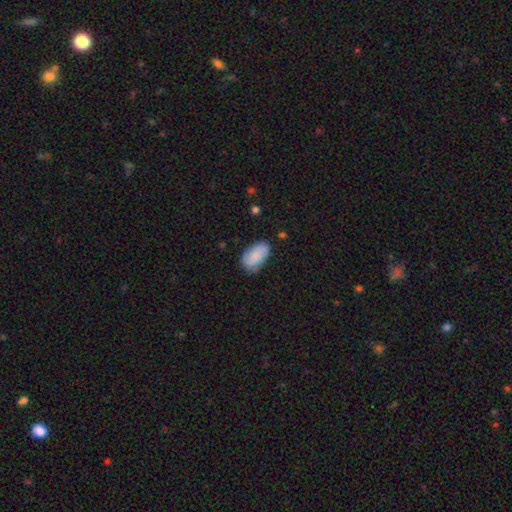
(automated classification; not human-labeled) Smooth or featured? smooth (84%)
How rounded? in between (94%)
Merging? none (73%)